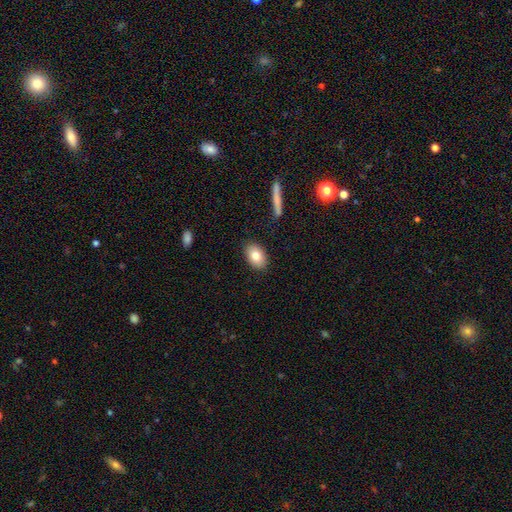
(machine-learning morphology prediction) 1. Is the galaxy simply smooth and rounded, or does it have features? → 81% smooth, 12% featured or disk, 7% star or artifact.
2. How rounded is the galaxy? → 88% in between, 11% round, 1% cigar-shaped.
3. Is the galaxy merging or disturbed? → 88% none, 9% minor disturbance, 2% major disturbance, 1% merger.